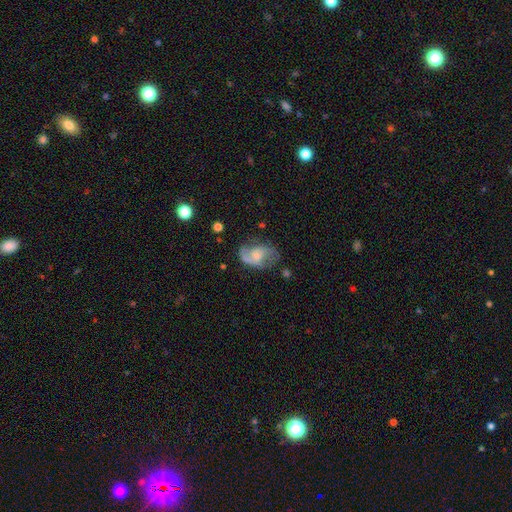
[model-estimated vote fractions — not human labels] The model was most divided on "spiral winding" (2-way tie): loose: 43%, medium: 43%, tight: 15%. Remaining: edge-on disk — no (97%); spiral arms — yes (87%); spiral arm count — 2 (73%); smooth or featured — featured or disk (68%); bar — no (62%); merging — none (51%); bulge size — small (40%).